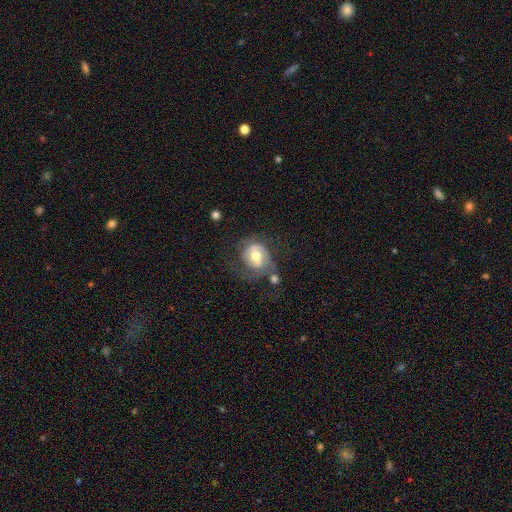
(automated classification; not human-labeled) This is likely a featured or disk galaxy (63%). It is clearly not viewed edge-on (97%). Bar: possibly no (49%). Spiral arm pattern: likely yes (77%). Central bulge: likely moderate (73%). Merging: marginally none (41%).